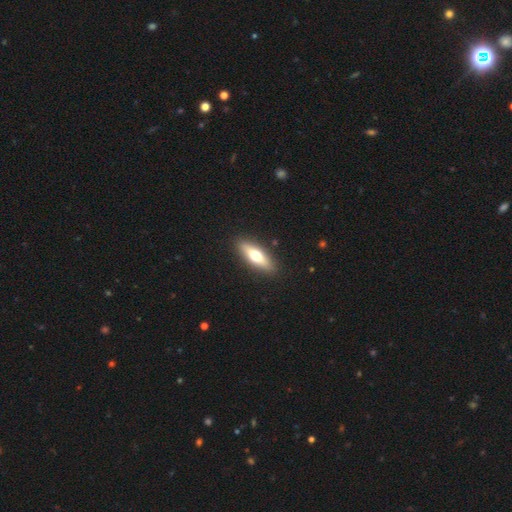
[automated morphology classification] smooth 55%, featured or disk 39%, star or artifact 6%. Down the decision tree: how rounded — cigar-shaped (51%); merging — none (90%).